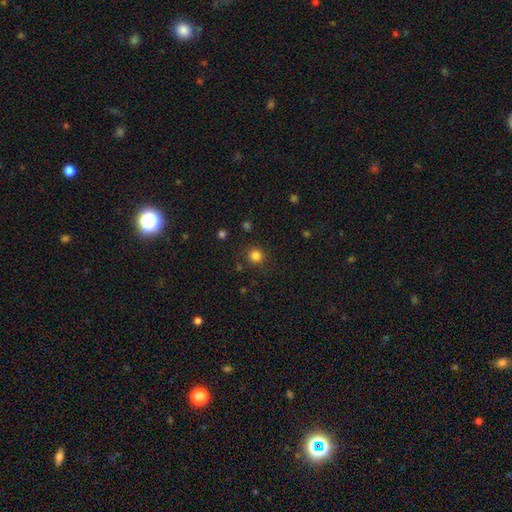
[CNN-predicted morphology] smooth_or_featured: smooth (p=0.82) [alt: star or artifact p=0.13]
how_rounded: round (p=0.91) [alt: in between p=0.08]
merging: none (p=0.87) [alt: minor disturbance p=0.08]